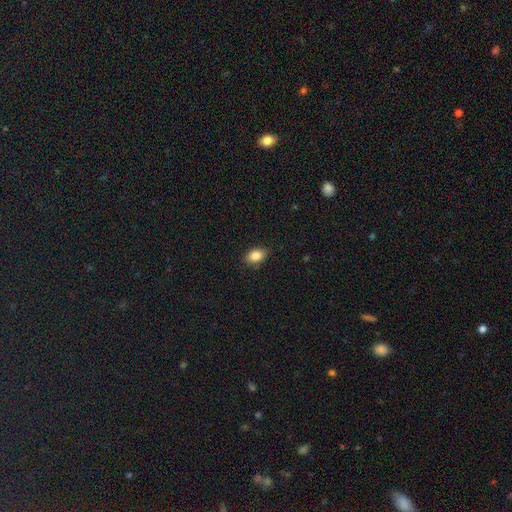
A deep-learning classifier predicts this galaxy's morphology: type=smooth (86%); roundness=in between (84%); merging=none (88%).